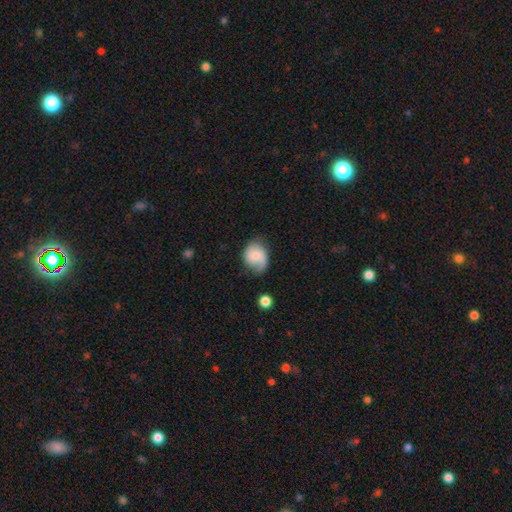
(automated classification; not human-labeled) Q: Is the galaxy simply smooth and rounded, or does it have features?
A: featured or disk — 49%.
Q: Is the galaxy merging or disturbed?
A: none — 59%.